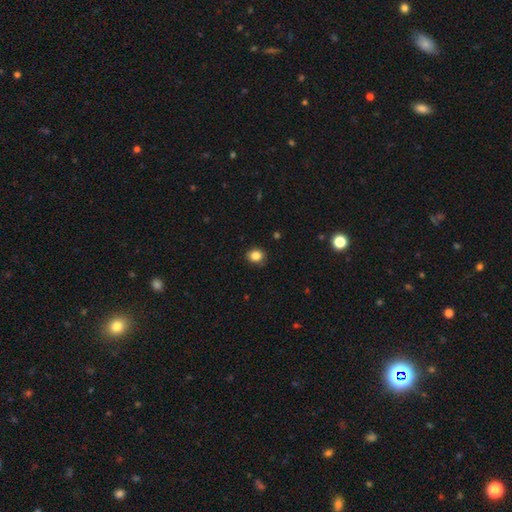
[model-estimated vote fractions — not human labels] This appears to be a smooth galaxy with no disk features (85%) that is round (71%). Merging: none (86%).